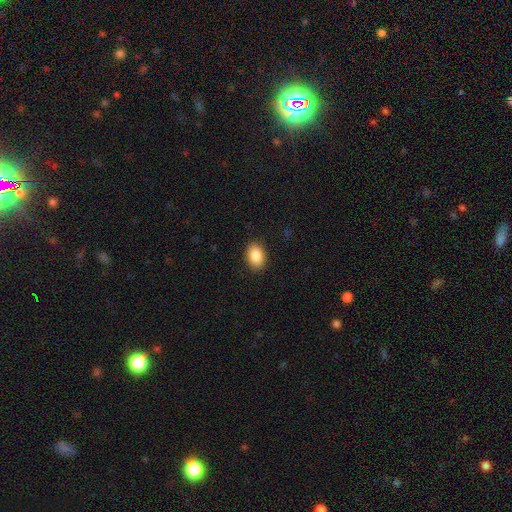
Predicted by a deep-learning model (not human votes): The model was most divided on "how rounded": in between: 84%, round: 15%, cigar-shaped: 1%. More confident: merging — none (89%); smooth or featured — smooth (88%).